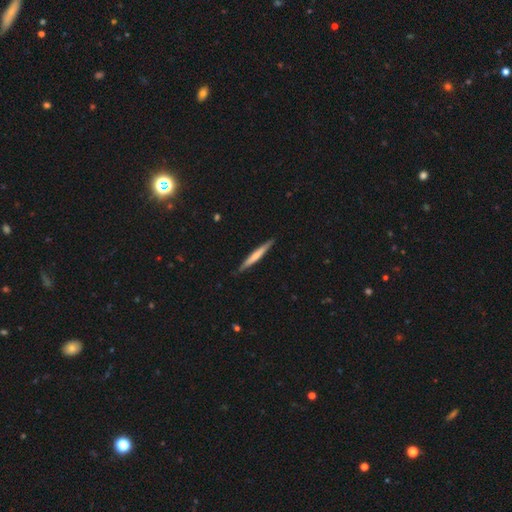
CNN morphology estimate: smooth-or-featured: smooth: 53% | featured or disk: 42% | star or artifact: 5%
  how-rounded: cigar-shaped: 96% | in between: 3% | round: 1%
  merging: none: 89% | minor disturbance: 8% | major disturbance: 1% | merger: 1%